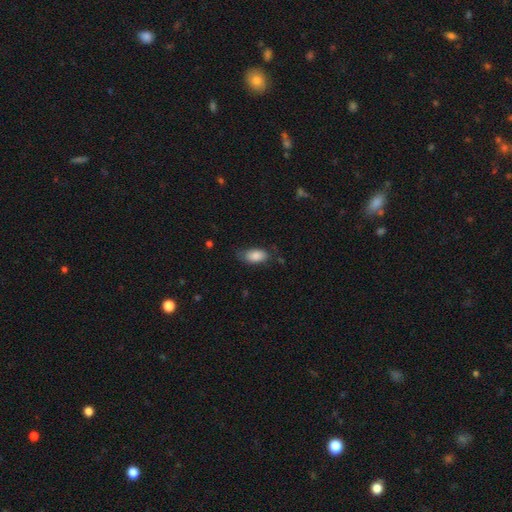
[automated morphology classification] The model was most divided on "merging": none: 64%, minor disturbance: 26%, major disturbance: 8%, merger: 2%. More confident: how rounded — in between (93%); smooth or featured — smooth (84%).